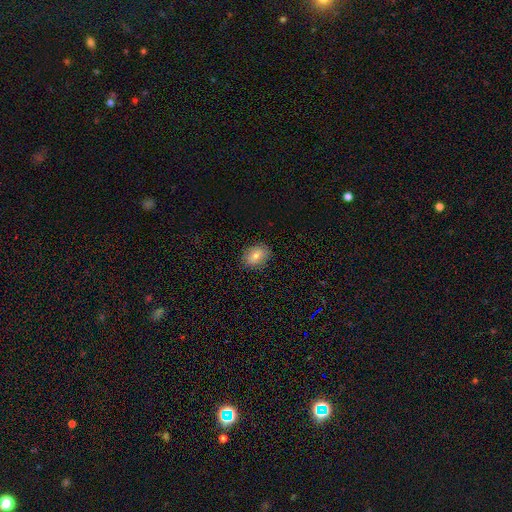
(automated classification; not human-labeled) Q: Smooth or featured?
A: smooth (69%); runner-up: featured or disk (18%)
Q: How rounded?
A: in between (62%); runner-up: round (36%)
Q: Merging?
A: none (85%); runner-up: minor disturbance (11%)